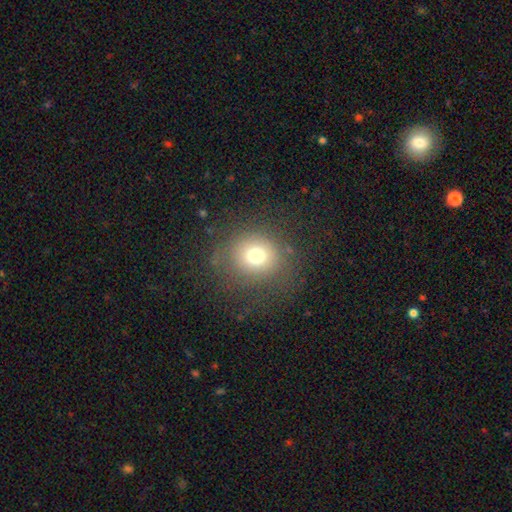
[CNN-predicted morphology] A smooth galaxy with no disk features (72%) that is round (84%). Merging: none (78%).